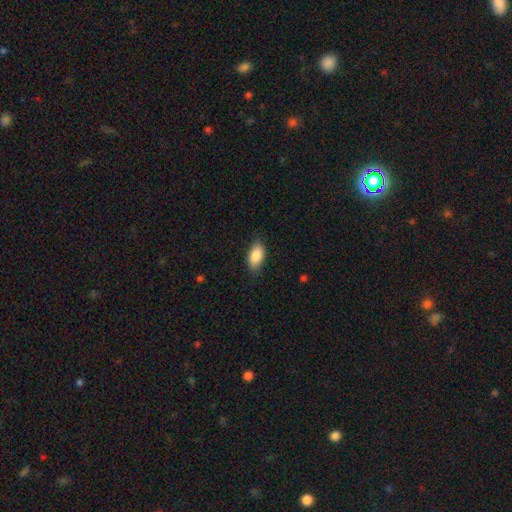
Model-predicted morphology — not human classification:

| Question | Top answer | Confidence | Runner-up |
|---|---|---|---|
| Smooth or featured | smooth | 87% | featured or disk (7%) |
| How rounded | in between | 91% | cigar-shaped (5%) |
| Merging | none | 83% | minor disturbance (14%) |